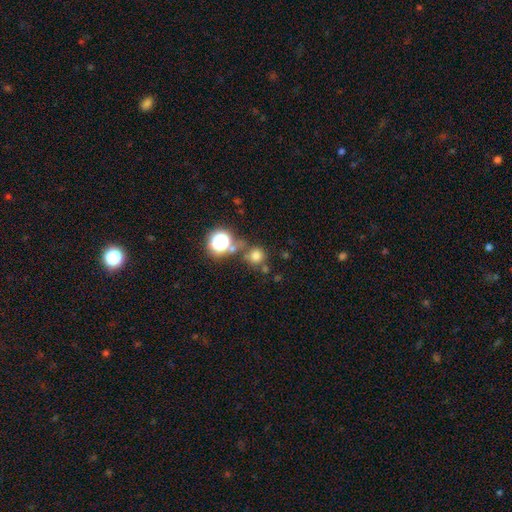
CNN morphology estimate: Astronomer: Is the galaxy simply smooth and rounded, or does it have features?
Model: smooth — 70%.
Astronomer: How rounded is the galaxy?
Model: round — 91%.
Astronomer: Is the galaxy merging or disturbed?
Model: none — 68%.